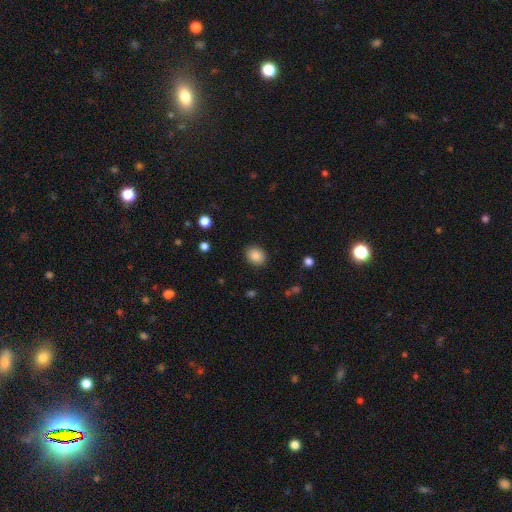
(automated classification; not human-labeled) Smooth or featured? smooth (86%)
How rounded? in between (51%)
Merging? none (89%)